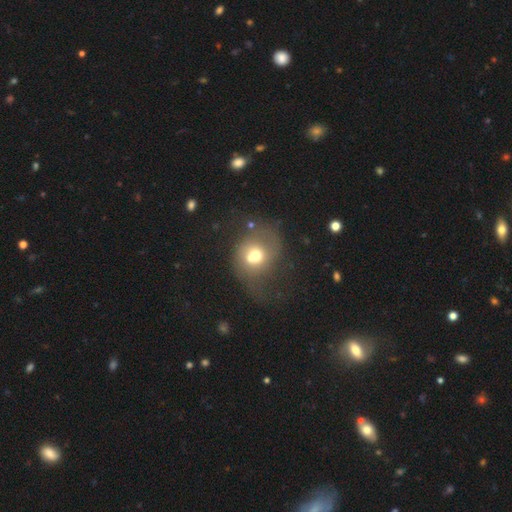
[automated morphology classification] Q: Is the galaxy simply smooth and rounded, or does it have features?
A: smooth — 52%.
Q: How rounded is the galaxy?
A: round — 72%.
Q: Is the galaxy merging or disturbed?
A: merger — 41%.